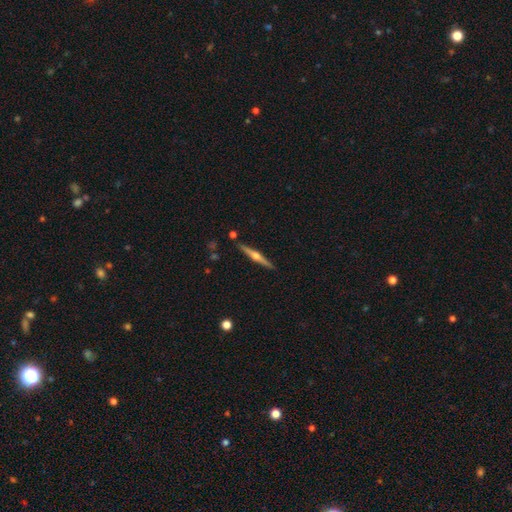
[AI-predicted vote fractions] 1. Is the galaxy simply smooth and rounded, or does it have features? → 75% featured or disk, 19% smooth, 6% star or artifact.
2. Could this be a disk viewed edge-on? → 98% yes, 2% no.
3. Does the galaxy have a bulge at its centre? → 93% rounded, 3% boxy, 3% none.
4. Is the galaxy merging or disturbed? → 90% none, 7% minor disturbance, 2% merger, 1% major disturbance.